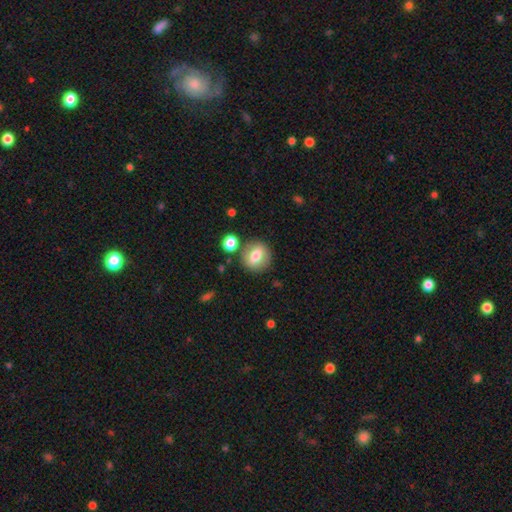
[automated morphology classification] Overall: smooth (69%). How rounded: round (70%). Merging: none (80%).